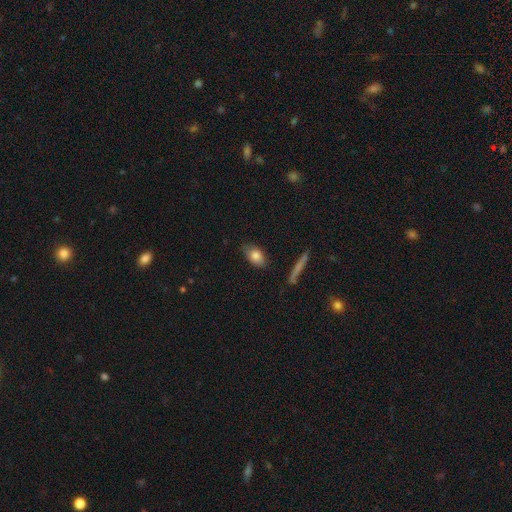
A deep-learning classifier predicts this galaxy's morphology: smooth_or_featured: smooth (p=0.79) [alt: featured or disk p=0.14]
how_rounded: in between (p=0.84) [alt: round p=0.10]
merging: none (p=0.74) [alt: minor disturbance p=0.20]